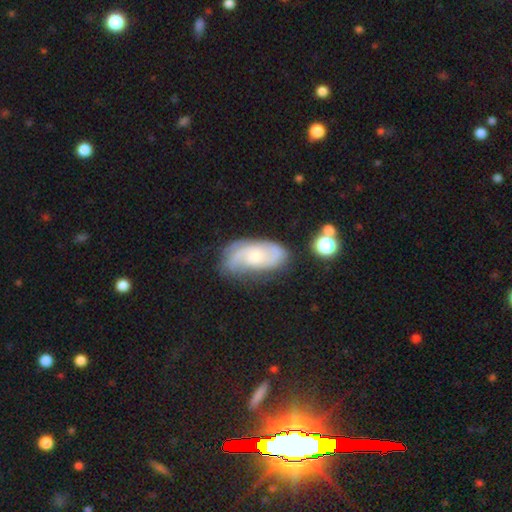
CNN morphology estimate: Overall: featured or disk (76%). Edge-on disk: no (95%). Bar: no (61%; weak 33%). Spiral arms: yes (95%). Spiral arm count: 2 (61%). Spiral winding: medium (45%; tight 39%). Bulge size: small (47%; moderate 37%). Merging: none (66%).